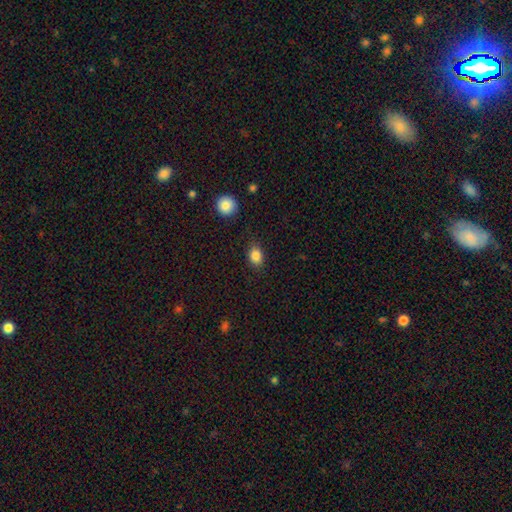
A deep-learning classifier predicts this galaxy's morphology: This is clearly a smooth galaxy (85%). How rounded: possibly in between (56%). Merging: clearly none (81%).